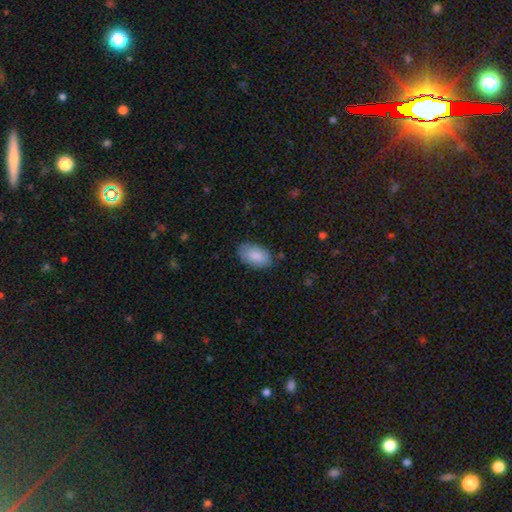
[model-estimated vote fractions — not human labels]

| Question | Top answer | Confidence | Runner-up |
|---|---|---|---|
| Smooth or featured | smooth | 88% | featured or disk (6%) |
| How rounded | in between | 94% | round (4%) |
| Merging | none | 79% | minor disturbance (16%) |